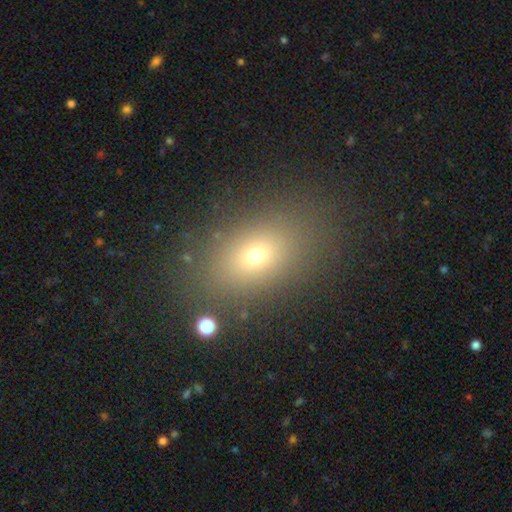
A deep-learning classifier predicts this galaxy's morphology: smooth-or-featured: smooth: 64% | star or artifact: 21% | featured or disk: 15%
  how-rounded: in between: 71% | round: 26% | cigar-shaped: 3%
  merging: none: 84% | minor disturbance: 9% | major disturbance: 5% | merger: 2%